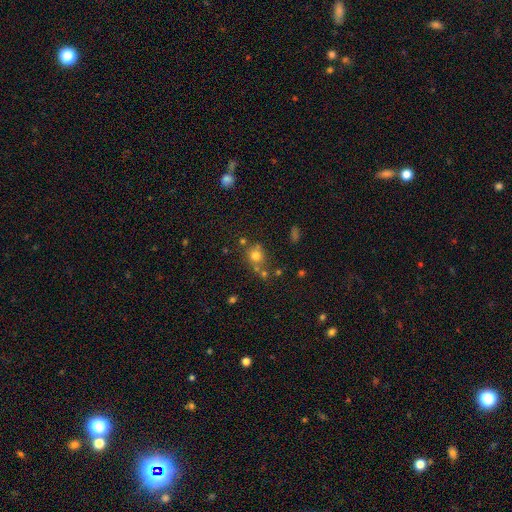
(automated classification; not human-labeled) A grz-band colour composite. It shows a smooth galaxy with no disk features (72%) that is round (83%). Merging: none (60%).